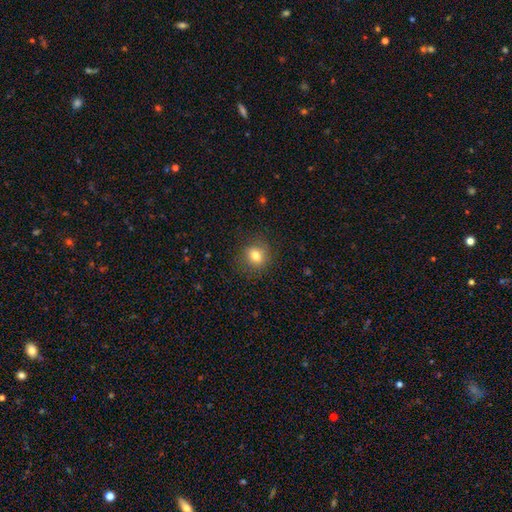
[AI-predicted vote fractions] A smooth galaxy with no disk features (77%) that is round (78%).

Vote fractions:
- Smooth or featured? smooth: 77% / star or artifact: 13% / featured or disk: 10%
- How rounded? round: 78% / in between: 21% / cigar-shaped: 1%
- Merging? none: 84% / minor disturbance: 11% / major disturbance: 4% / merger: 1%